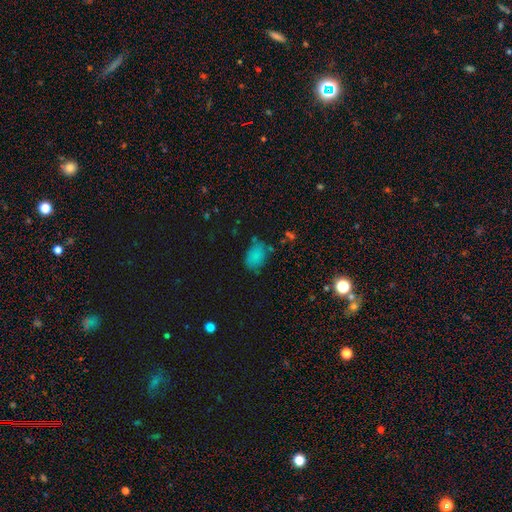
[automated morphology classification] This appears to be a smooth galaxy with no disk features (78%) that is in between round and cigar-shaped (79%). Merging: none (60%).